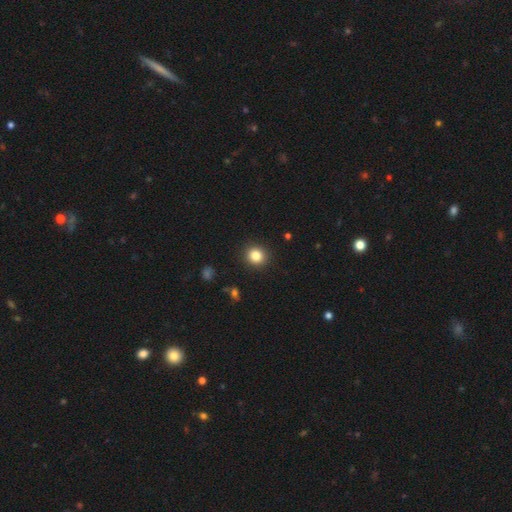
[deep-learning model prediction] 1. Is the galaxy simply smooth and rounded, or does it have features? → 84% smooth, 11% star or artifact, 5% featured or disk.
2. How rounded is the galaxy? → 88% round, 11% in between, 1% cigar-shaped.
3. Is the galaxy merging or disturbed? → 92% none, 6% minor disturbance, 2% major disturbance, 1% merger.